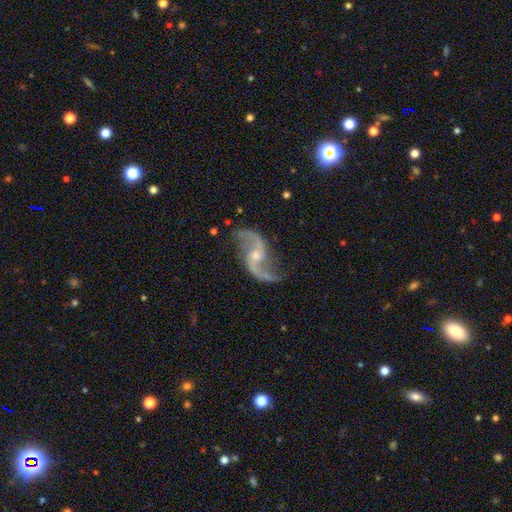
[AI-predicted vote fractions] Smooth or featured: featured or disk — 92% (star or artifact — 5%)
Edge-on disk: no — 97% (yes — 3%)
Bar: no — 51% (weak — 37%)
Spiral arms: yes — 98% (no — 2%)
Spiral winding: loose — 82% (medium — 14%)
Spiral arm count: 2 — 95% (can't tell — 1%)
Bulge size: small — 56% (moderate — 39%)
Merging: none — 79% (minor disturbance — 13%)